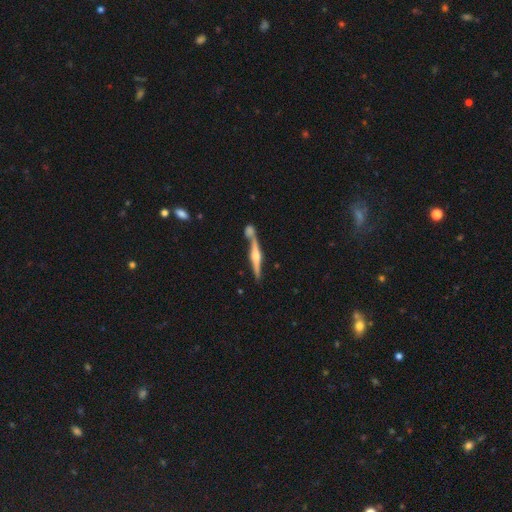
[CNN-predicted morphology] smooth_or_featured: featured or disk (p=0.80) [alt: smooth p=0.14]
disk_edge_on: yes (p=0.97) [alt: no p=0.03]
edge_on_bulge: rounded (p=0.81) [alt: boxy p=0.13]
merging: none (p=0.66) [alt: merger p=0.20]